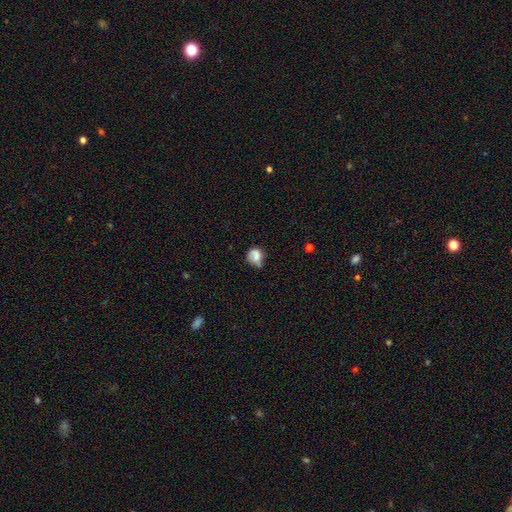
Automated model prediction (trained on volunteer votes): Overall: smooth (64%; featured or disk 25%). How rounded: round (58%; in between 40%). Merging: none (37%; minor disturbance 35%).